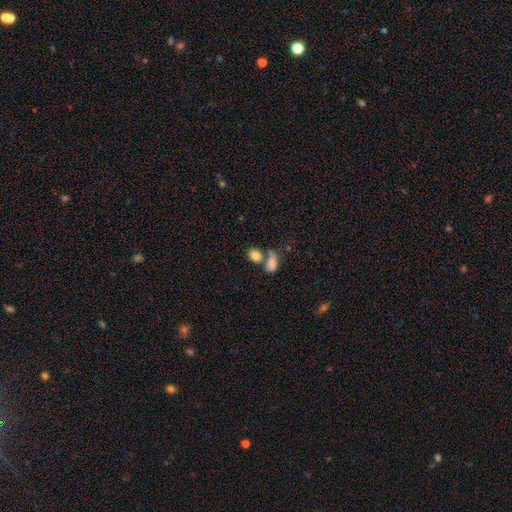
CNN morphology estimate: Smooth or featured? Predicted: smooth (p=0.82). How rounded? Predicted: in between (p=0.60). Merging? Predicted: merger (p=0.46).